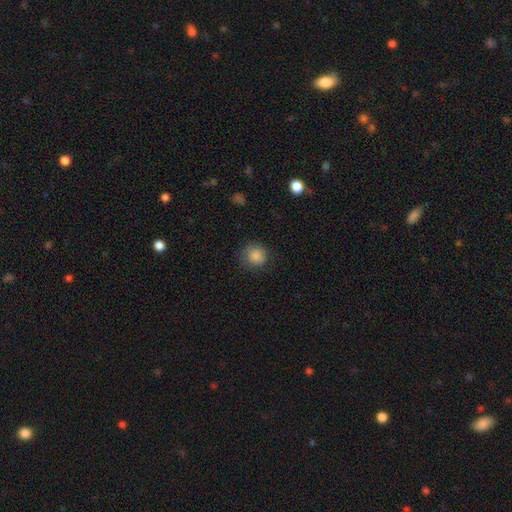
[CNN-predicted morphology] The model was most divided on "merging": none: 80%, minor disturbance: 14%, major disturbance: 4%, merger: 1%. More confident: how rounded — round (89%); smooth or featured — smooth (86%).